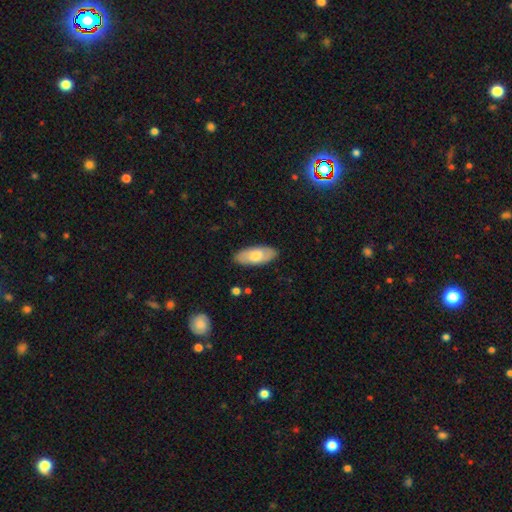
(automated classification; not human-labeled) Morphology: type=smooth (66%); roundness=in between (88%); merging=none (87%).